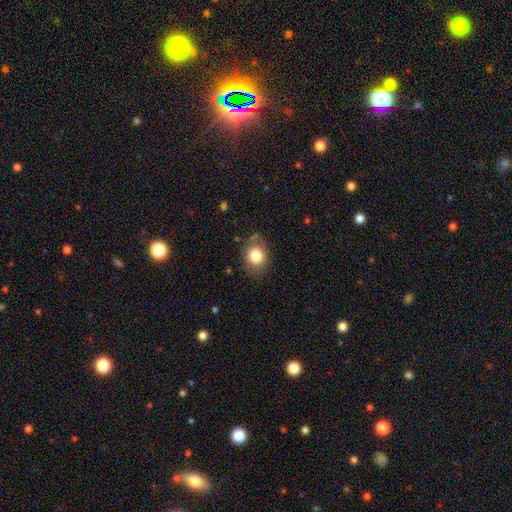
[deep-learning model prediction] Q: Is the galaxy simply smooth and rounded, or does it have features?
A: smooth — 81%.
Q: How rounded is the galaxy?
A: round — 55%.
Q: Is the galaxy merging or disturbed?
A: none — 76%.